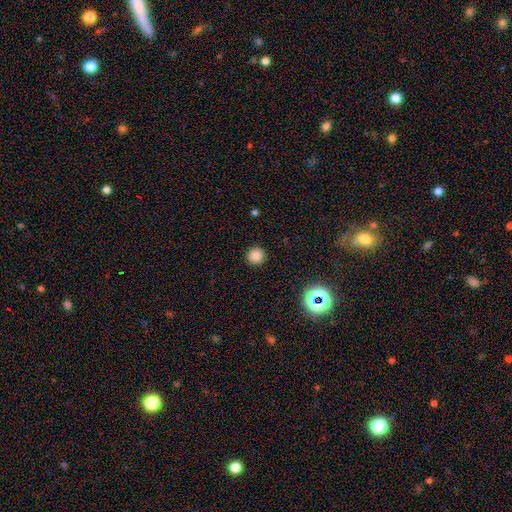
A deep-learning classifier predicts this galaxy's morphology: smooth 83%, star or artifact 14%, featured or disk 3%. Down the decision tree: how rounded — round (95%); merging — none (92%).